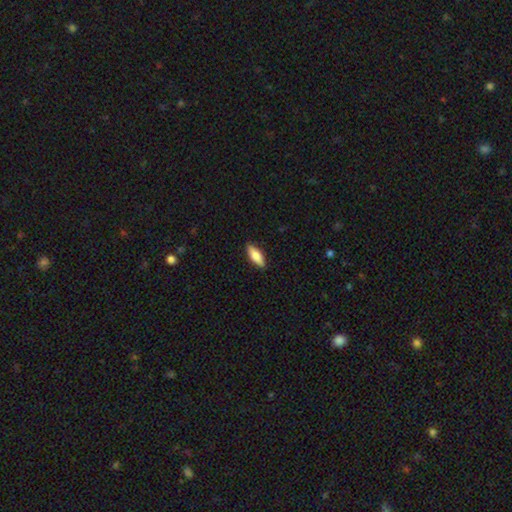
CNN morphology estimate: Smooth or featured? smooth (76%)
How rounded? in between (64%)
Merging? none (89%)